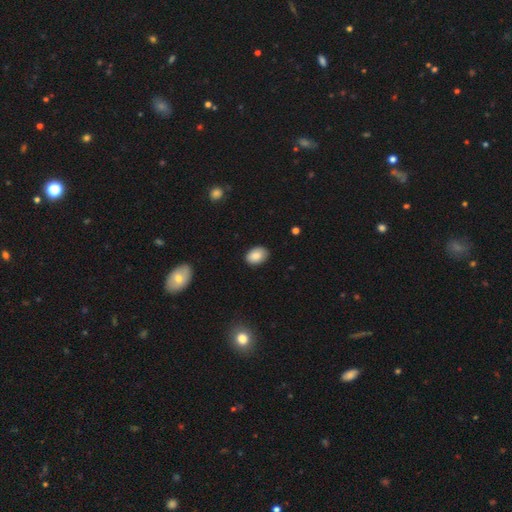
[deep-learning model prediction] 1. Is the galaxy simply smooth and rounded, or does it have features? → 87% smooth, 7% star or artifact, 6% featured or disk.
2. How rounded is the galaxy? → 83% in between, 16% round, 1% cigar-shaped.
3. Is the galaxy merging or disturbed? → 85% none, 12% minor disturbance, 2% major disturbance, 1% merger.